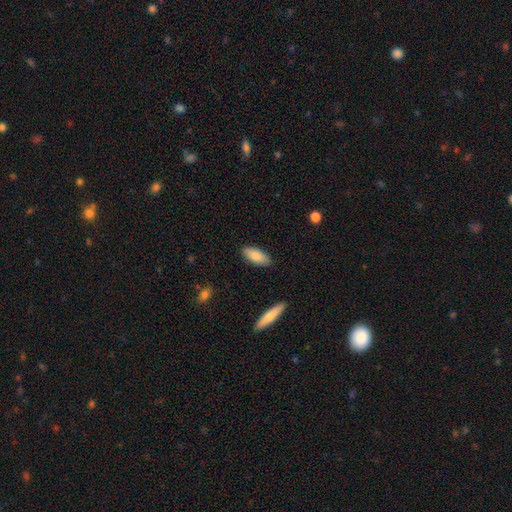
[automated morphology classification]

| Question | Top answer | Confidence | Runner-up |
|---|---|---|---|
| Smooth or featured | smooth | 85% | featured or disk (9%) |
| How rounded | in between | 78% | cigar-shaped (20%) |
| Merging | none | 87% | minor disturbance (9%) |